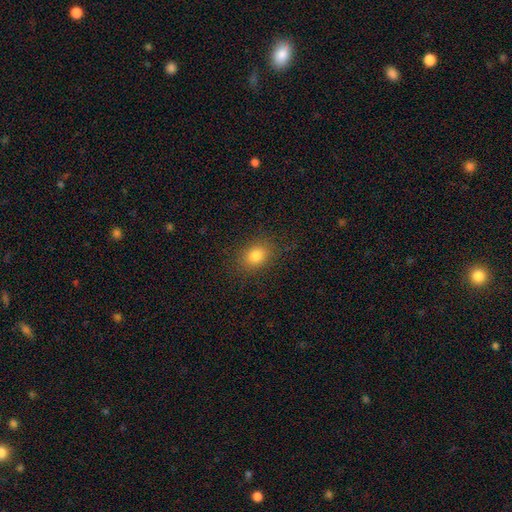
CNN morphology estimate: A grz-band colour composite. It shows a smooth galaxy with no disk features (82%) that is in between round and cigar-shaped (56%). Merging: none (85%).